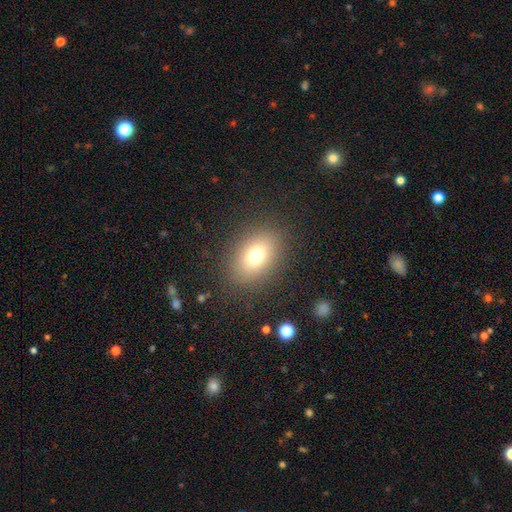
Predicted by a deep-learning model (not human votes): Smooth or featured?
  - smooth: 73% *
  - star or artifact: 14%
  - featured or disk: 13%
How rounded?
  - in between: 69% *
  - round: 30%
  - cigar-shaped: 1%
Merging?
  - none: 85% *
  - minor disturbance: 9%
  - major disturbance: 5%
  - merger: 1%